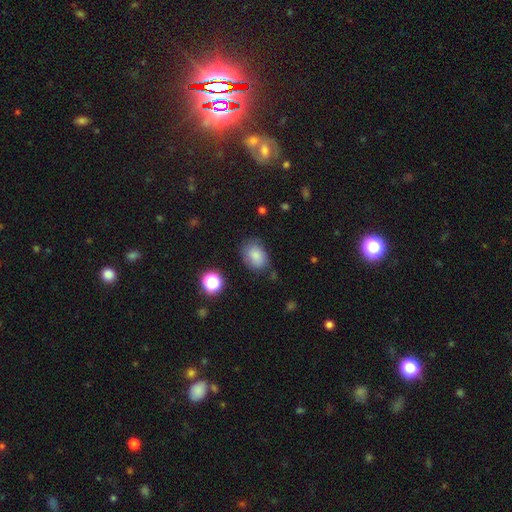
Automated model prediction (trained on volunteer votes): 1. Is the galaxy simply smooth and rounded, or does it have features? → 81% smooth, 10% star or artifact, 9% featured or disk.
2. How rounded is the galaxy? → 70% in between, 29% round, 1% cigar-shaped.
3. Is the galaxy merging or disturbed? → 70% none, 21% minor disturbance, 6% major disturbance, 3% merger.